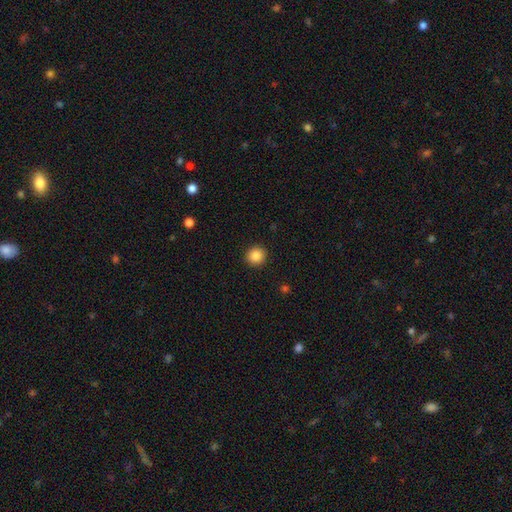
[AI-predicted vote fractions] smooth_or_featured: smooth (p=0.86) [alt: star or artifact p=0.10]
how_rounded: round (p=0.94) [alt: in between p=0.05]
merging: none (p=0.93) [alt: minor disturbance p=0.05]